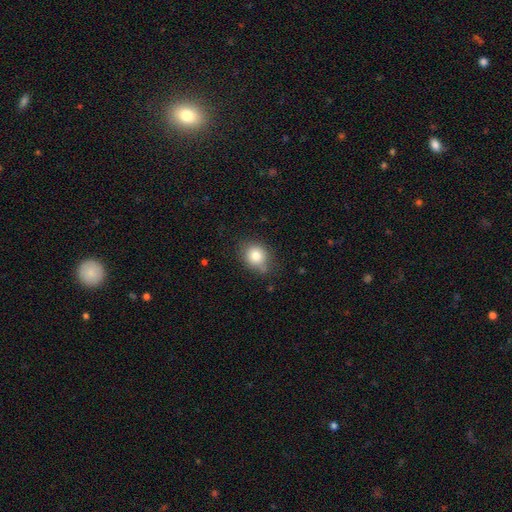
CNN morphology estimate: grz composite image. It shows a smooth galaxy with no disk features (81%) that is round (63%). Merging: none (72%).